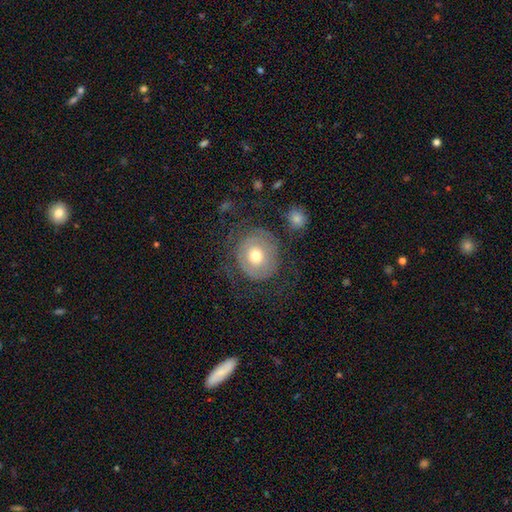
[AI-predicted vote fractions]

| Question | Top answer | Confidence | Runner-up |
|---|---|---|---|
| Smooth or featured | featured or disk | 46% | tied: smooth (46%) |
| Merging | none | 61% | major disturbance (19%) |